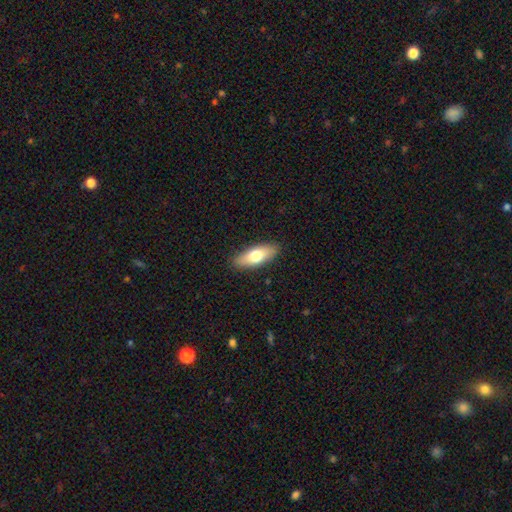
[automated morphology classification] This is likely a smooth galaxy (70%). How rounded: likely in between (69%). Merging: clearly none (88%).